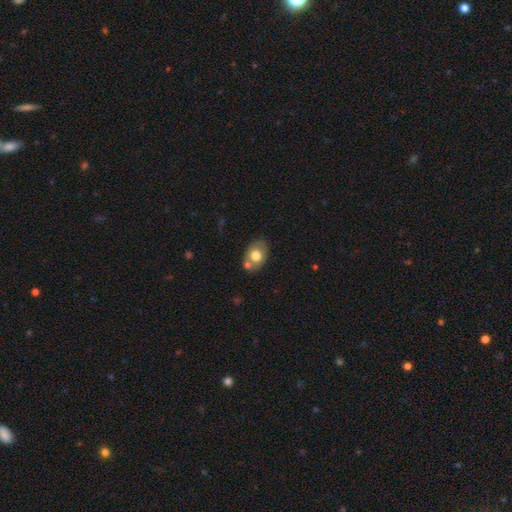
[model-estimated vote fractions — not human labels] Smooth or featured? Predicted: smooth (p=0.71). How rounded? Predicted: in between (p=0.74). Merging? Predicted: none (p=0.61).